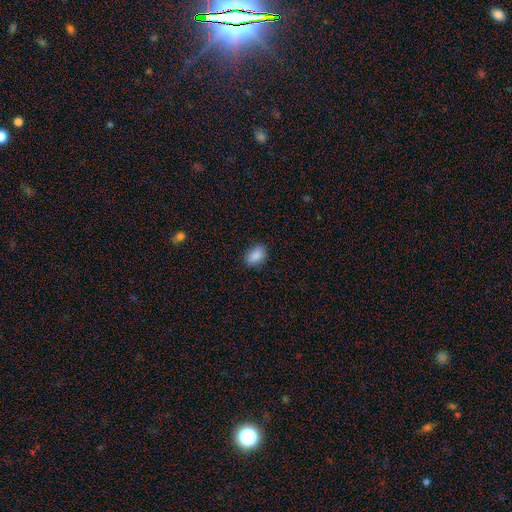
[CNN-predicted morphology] smooth_or_featured: smooth (p=0.88) [alt: star or artifact p=0.08]
how_rounded: in between (p=0.82) [alt: round p=0.17]
merging: none (p=0.83) [alt: minor disturbance p=0.13]